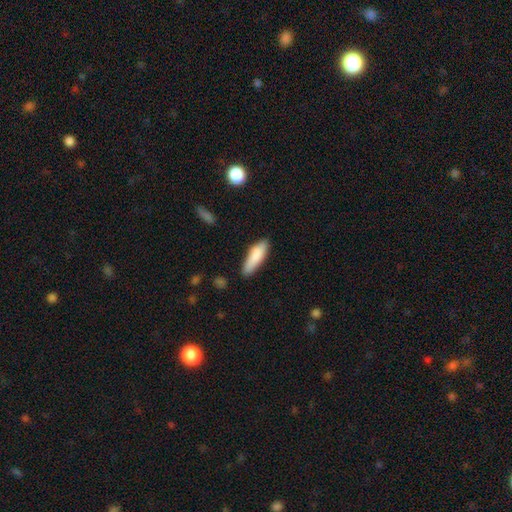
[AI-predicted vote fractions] Smooth or featured? smooth (85%)
How rounded? cigar-shaped (50%)
Merging? none (79%)